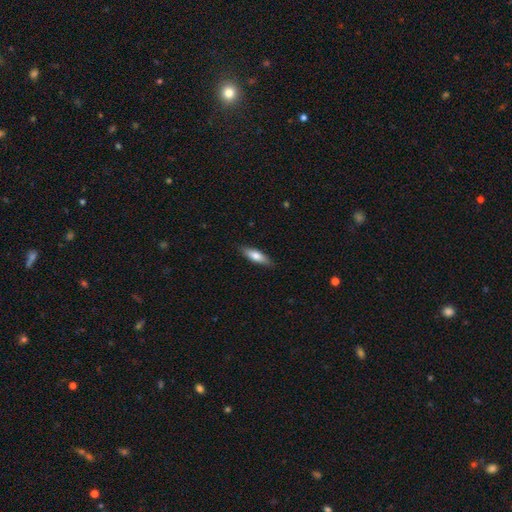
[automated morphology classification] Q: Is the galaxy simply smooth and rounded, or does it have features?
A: smooth — 71%.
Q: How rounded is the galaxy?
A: cigar-shaped — 54%.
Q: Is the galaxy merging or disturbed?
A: none — 87%.